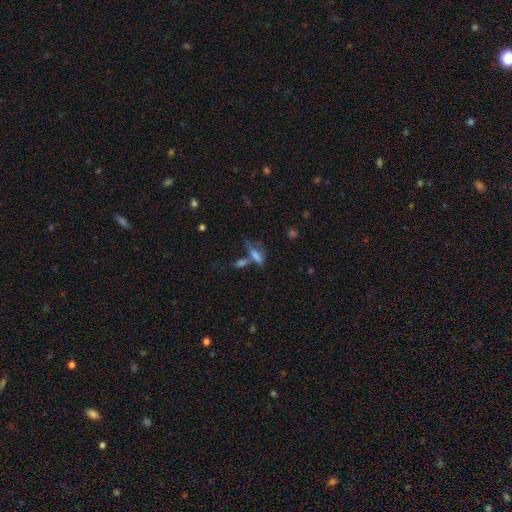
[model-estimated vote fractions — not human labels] The model was most divided on "merging": merger: 36%, none: 34%, minor disturbance: 16%, major disturbance: 14%. More confident: smooth or featured — smooth (66%); how rounded — in between (59%).